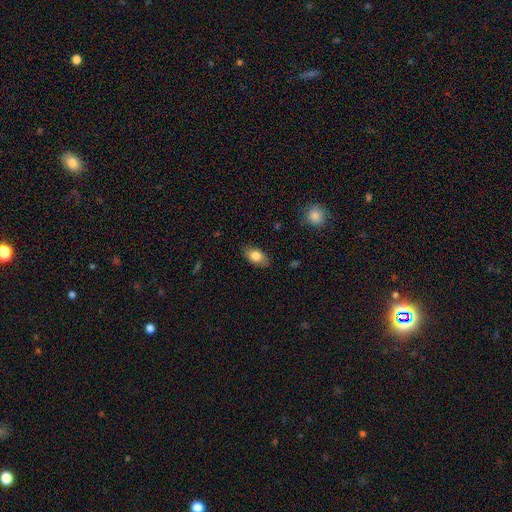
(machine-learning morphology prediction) Smooth or featured: smooth — 79% (featured or disk — 14%)
How rounded: in between — 88% (round — 8%)
Merging: none — 82% (minor disturbance — 14%)